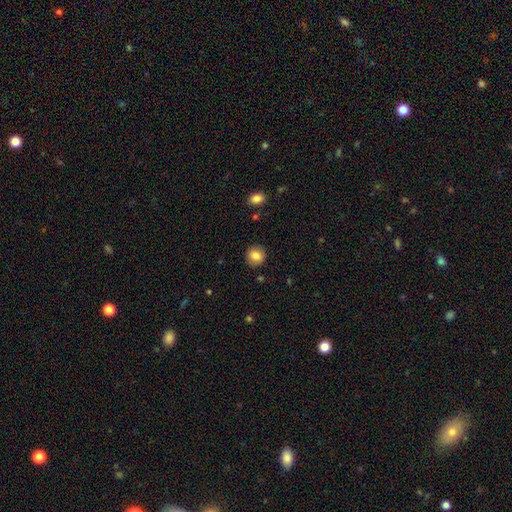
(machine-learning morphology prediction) Overall: smooth (84%). How rounded: round (88%). Merging: none (89%).